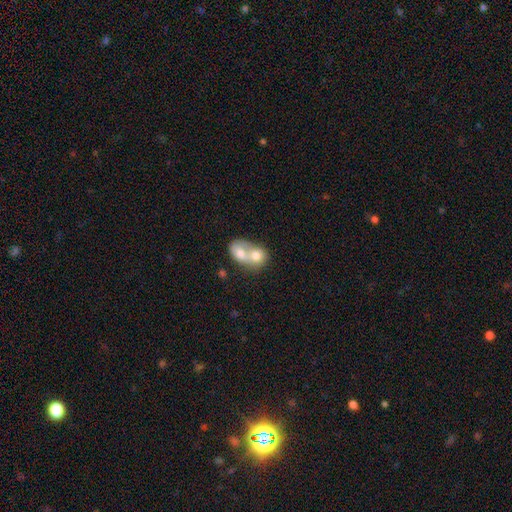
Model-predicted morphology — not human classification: smooth_or_featured: smooth (p=0.67) [alt: featured or disk p=0.26]
how_rounded: in between (p=0.51) [alt: round p=0.48]
merging: merger (p=0.82) [alt: none p=0.11]